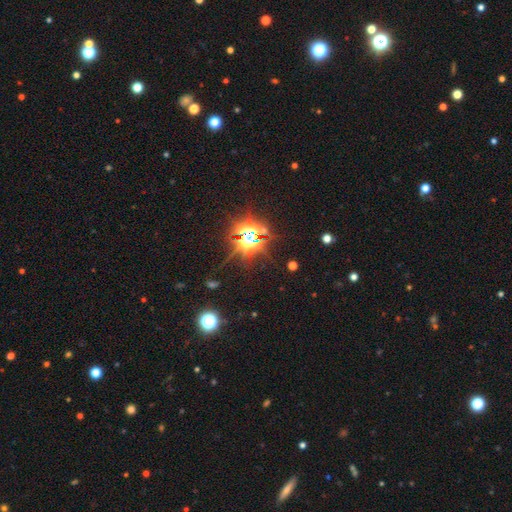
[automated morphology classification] A star or artifact, not a galaxy (81%).